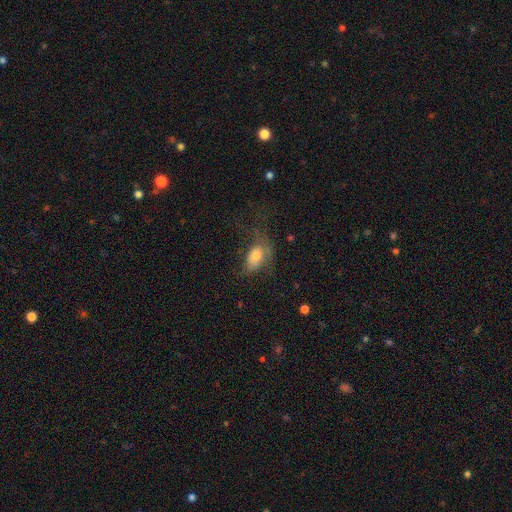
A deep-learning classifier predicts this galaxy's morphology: type=smooth (62%); roundness=in between (88%); merging=major disturbance (43%).